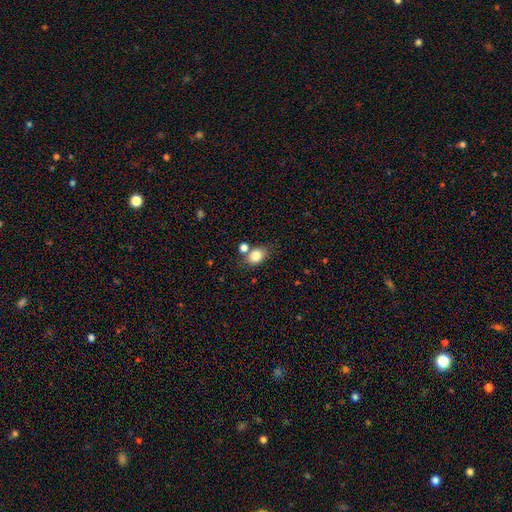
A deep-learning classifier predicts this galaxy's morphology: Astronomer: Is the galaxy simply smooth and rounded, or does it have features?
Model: smooth — 82%.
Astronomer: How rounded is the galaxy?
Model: in between — 62%.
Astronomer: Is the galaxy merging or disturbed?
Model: none — 62%.